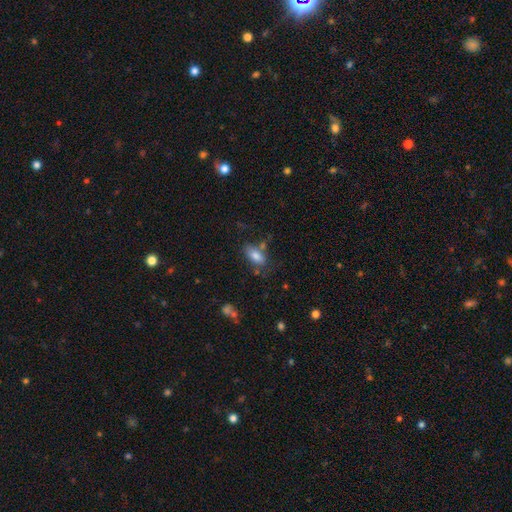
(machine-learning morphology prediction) This is clearly a smooth galaxy (80%). How rounded: clearly in between (88%). Merging: likely none (63%).